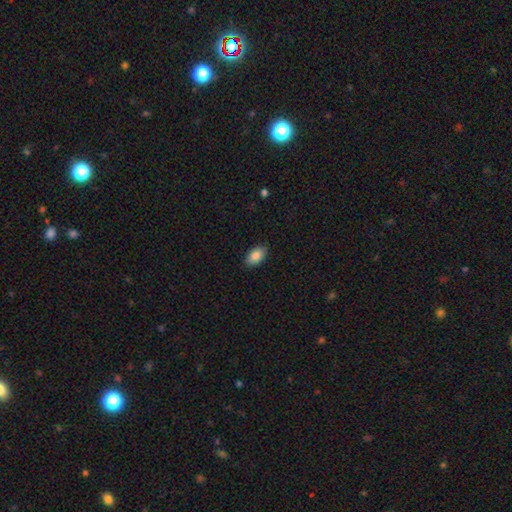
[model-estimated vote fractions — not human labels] This appears to be a smooth galaxy with no disk features (88%) that is in between round and cigar-shaped (93%). Merging: none (89%).